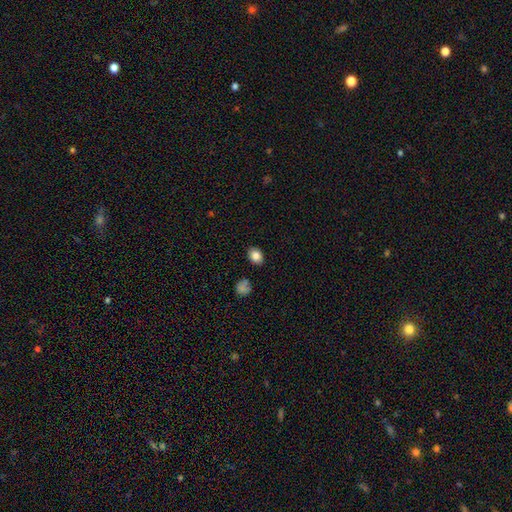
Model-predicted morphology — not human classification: This is clearly a smooth galaxy (83%). How rounded: likely in between (66%). Merging: clearly none (86%).